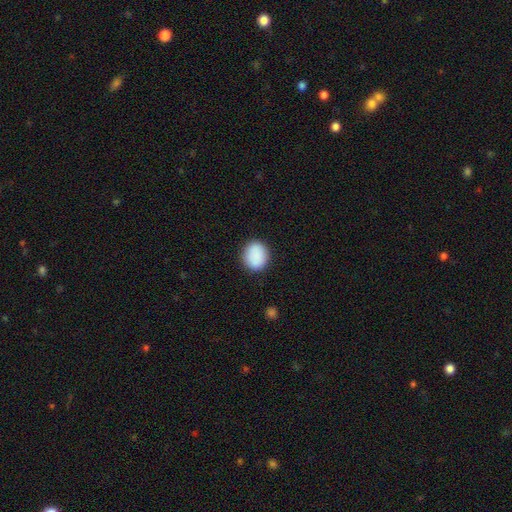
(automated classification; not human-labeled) Smooth or featured: smooth — 89% (star or artifact — 7%)
How rounded: round — 69% (in between — 30%)
Merging: none — 88% (minor disturbance — 8%)